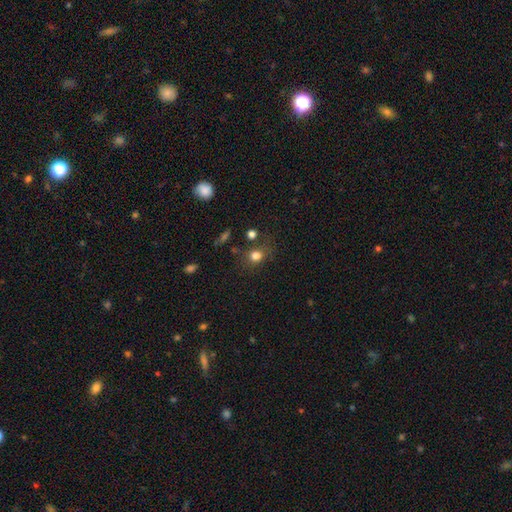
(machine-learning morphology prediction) smooth_or_featured: smooth (p=0.79) [alt: star or artifact p=0.14]
how_rounded: round (p=0.70) [alt: in between p=0.28]
merging: none (p=0.67) [alt: minor disturbance p=0.17]